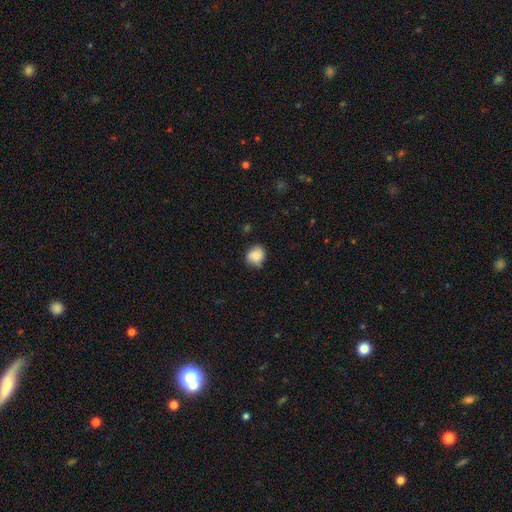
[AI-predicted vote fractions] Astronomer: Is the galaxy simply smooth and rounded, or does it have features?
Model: smooth — 79%.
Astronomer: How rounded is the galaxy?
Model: round — 77%.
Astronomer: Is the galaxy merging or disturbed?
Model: none — 71%.